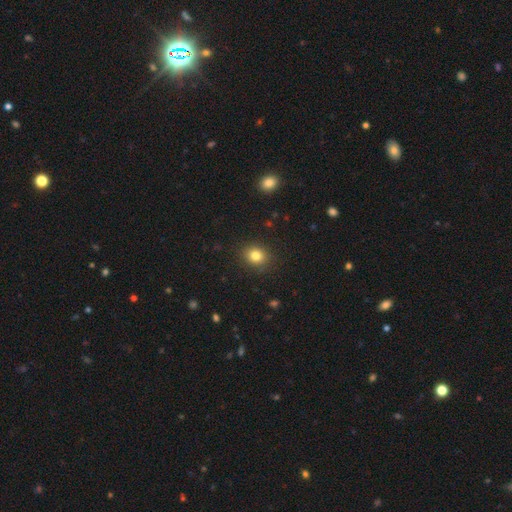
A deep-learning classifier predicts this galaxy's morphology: Smooth or featured: smooth — 81% (star or artifact — 12%)
How rounded: round — 70% (in between — 29%)
Merging: none — 89% (minor disturbance — 8%)